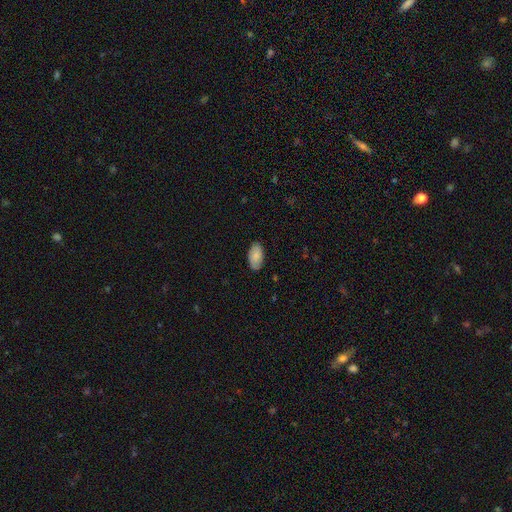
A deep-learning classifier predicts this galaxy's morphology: This appears to be a smooth galaxy with no disk features (83%) that is in between round and cigar-shaped (95%). Merging: none (85%).